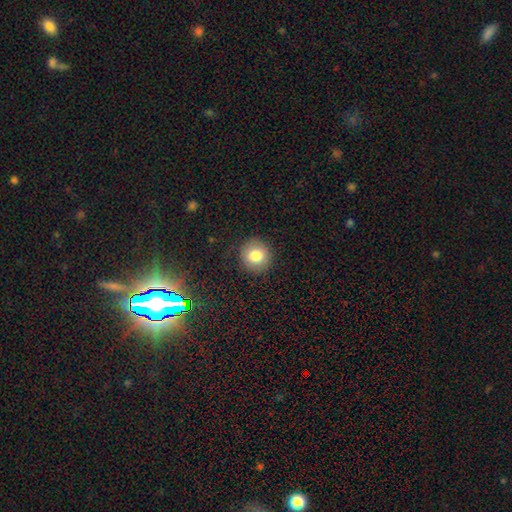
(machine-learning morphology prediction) Smooth or featured? smooth (81%)
How rounded? round (91%)
Merging? none (88%)